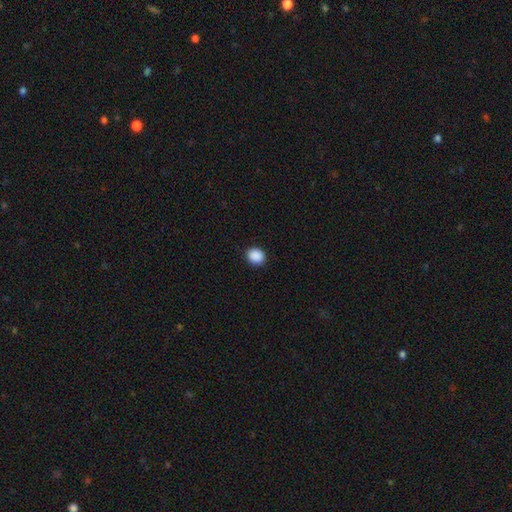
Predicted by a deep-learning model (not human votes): Q: Smooth or featured?
A: smooth (90%); runner-up: star or artifact (8%)
Q: How rounded?
A: round (71%); runner-up: in between (28%)
Q: Merging?
A: none (91%); runner-up: minor disturbance (6%)